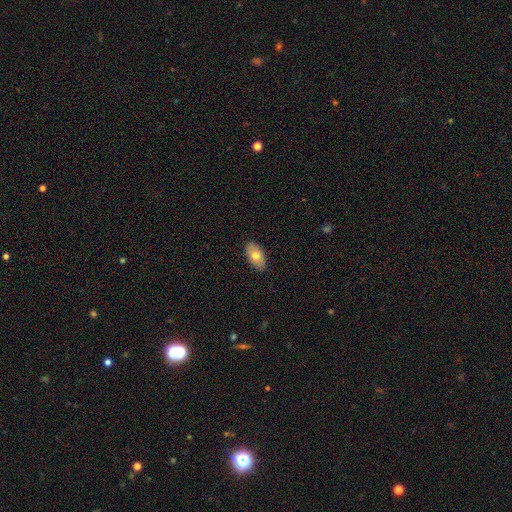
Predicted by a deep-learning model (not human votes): Morphology: type=smooth (72%); roundness=in between (94%); merging=none (86%).